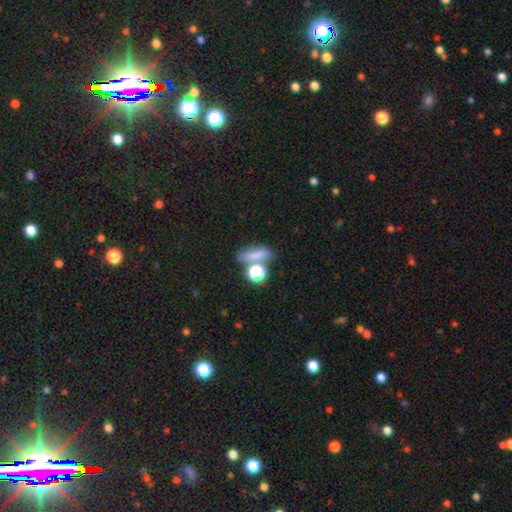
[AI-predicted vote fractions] A smooth galaxy with no disk features (70%) that is in between round and cigar-shaped (50%). Merging: none (58%).